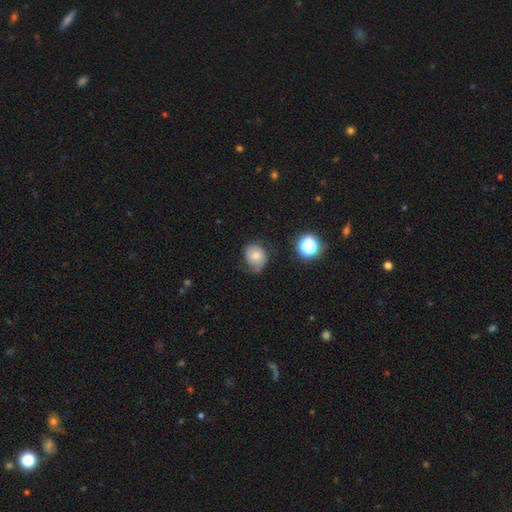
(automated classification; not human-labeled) This appears to be a smooth galaxy with no disk features (63%) that is round (64%). Merging: none (47%).